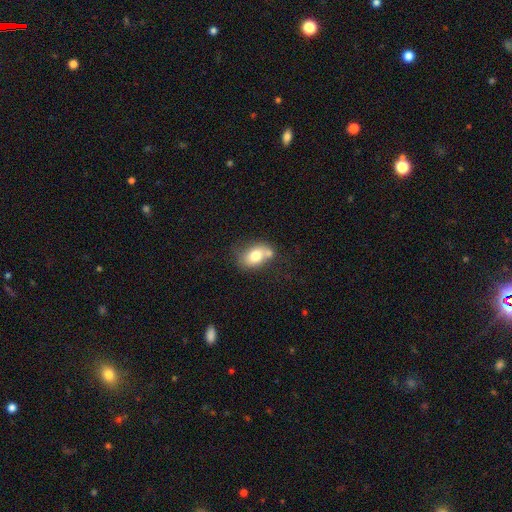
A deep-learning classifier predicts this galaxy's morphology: This is likely a smooth galaxy (73%). How rounded: likely in between (78%). Merging: marginally none (44%).